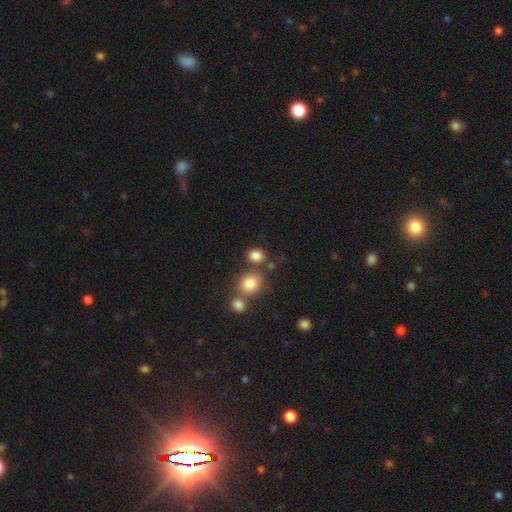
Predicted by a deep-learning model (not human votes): Overall: smooth (83%). How rounded: in between (50%; round 48%). Merging: none (64%).